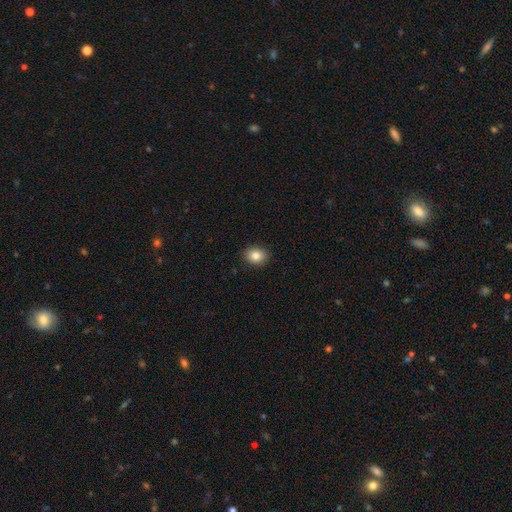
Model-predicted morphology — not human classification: type=smooth (84%); roundness=in between (50%); merging=none (90%).